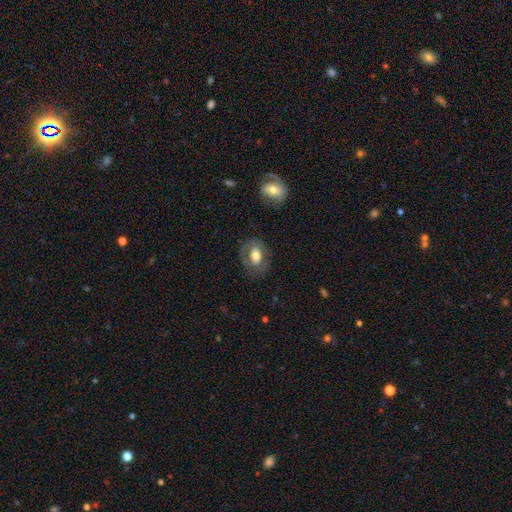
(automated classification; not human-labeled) This appears to be a smooth galaxy with no disk features (55%) that is in between round and cigar-shaped (73%). Merging: none (72%).